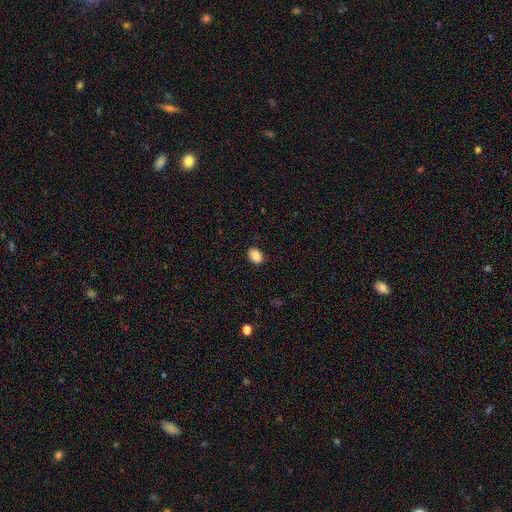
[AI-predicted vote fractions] Smooth or featured: smooth — 87% (star or artifact — 9%)
How rounded: in between — 71% (round — 28%)
Merging: none — 87% (minor disturbance — 9%)